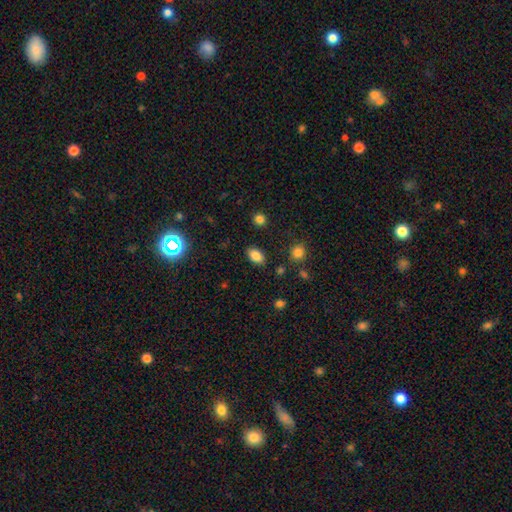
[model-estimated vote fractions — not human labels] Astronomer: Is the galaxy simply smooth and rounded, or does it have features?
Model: smooth — 84%.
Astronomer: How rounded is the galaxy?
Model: in between — 90%.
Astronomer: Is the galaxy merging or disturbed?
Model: none — 86%.